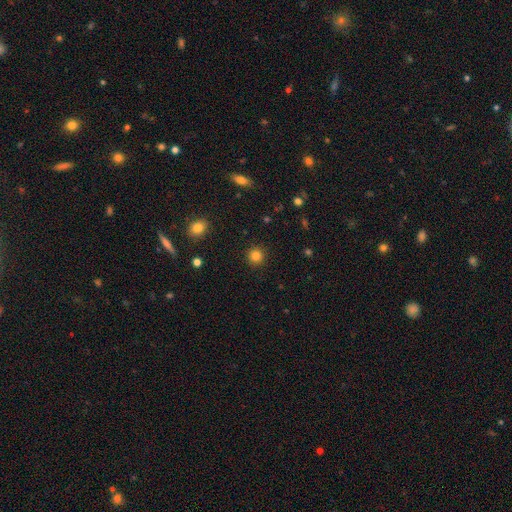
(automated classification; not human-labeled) smooth-or-featured: smooth: 83% | star or artifact: 12% | featured or disk: 5%
  how-rounded: round: 94% | in between: 5% | cigar-shaped: 1%
  merging: none: 92% | minor disturbance: 5% | major disturbance: 2% | merger: 1%